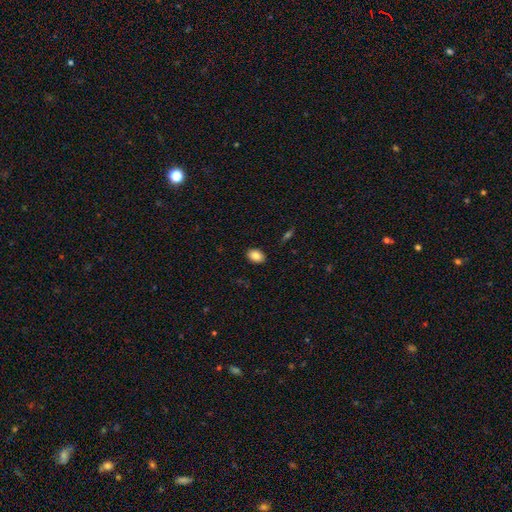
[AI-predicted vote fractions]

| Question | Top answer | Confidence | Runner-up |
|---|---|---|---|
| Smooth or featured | smooth | 84% | star or artifact (8%) |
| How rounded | in between | 81% | round (18%) |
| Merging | none | 89% | minor disturbance (8%) |